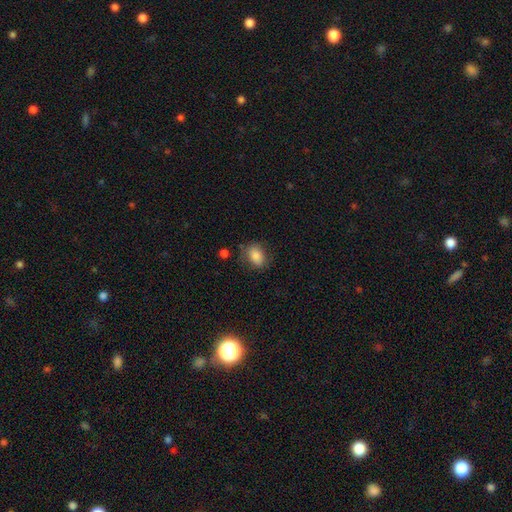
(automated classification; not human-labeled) Smooth or featured: smooth — 83% (featured or disk — 9%)
How rounded: in between — 78% (round — 20%)
Merging: none — 72% (minor disturbance — 19%)